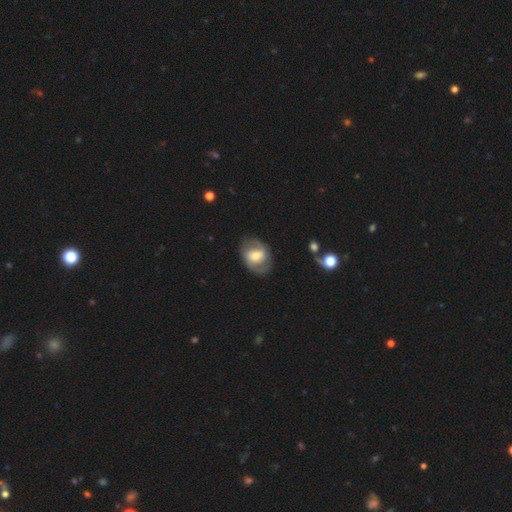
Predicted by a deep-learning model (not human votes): This is possibly a featured or disk galaxy (59%). It is clearly not viewed edge-on (96%). Bar: marginally weak (40%). Spiral arm pattern: likely yes (70%). Central bulge: possibly moderate (53%). Merging: likely none (76%).